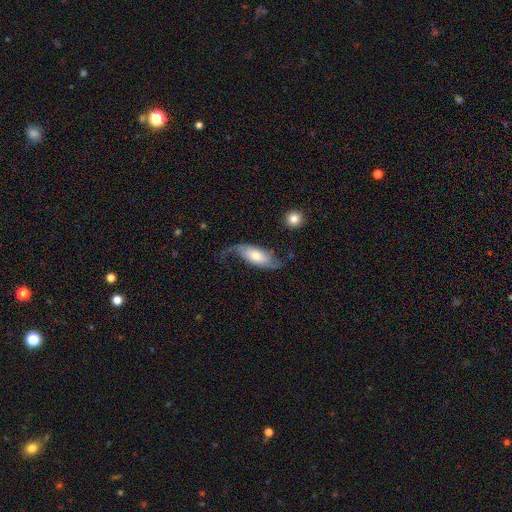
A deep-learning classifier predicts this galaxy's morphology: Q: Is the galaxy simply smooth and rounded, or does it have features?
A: featured or disk — 64%.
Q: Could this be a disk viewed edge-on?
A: no — 88%.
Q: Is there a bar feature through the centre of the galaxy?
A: no — 61%.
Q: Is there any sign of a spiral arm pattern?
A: yes — 91%.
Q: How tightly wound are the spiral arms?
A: loose — 84%.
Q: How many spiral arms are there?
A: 2 — 88%.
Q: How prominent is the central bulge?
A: moderate — 52%.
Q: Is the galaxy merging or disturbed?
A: none — 52%.